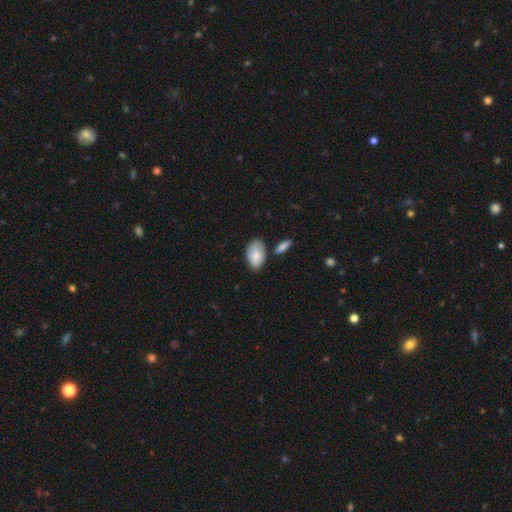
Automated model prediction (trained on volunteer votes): This is likely a smooth galaxy (80%). How rounded: clearly in between (94%). Merging: likely none (63%).